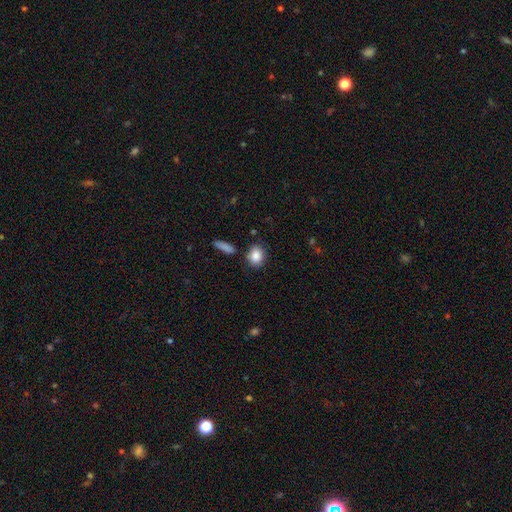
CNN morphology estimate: Overall: smooth (86%). How rounded: round (60%; in between 38%). Merging: none (77%).